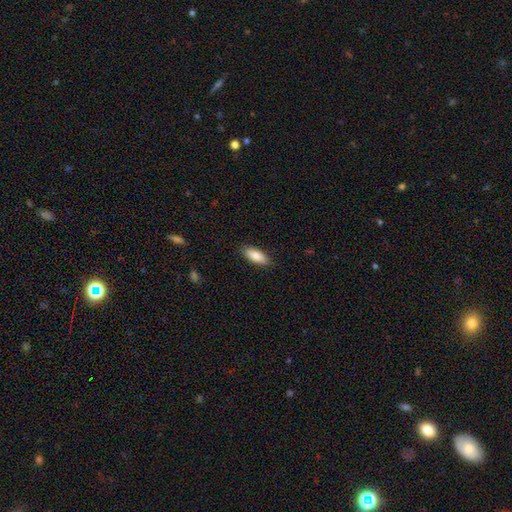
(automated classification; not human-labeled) This appears to be a smooth galaxy with no disk features (83%) that is in between round and cigar-shaped (77%). Merging: none (88%).